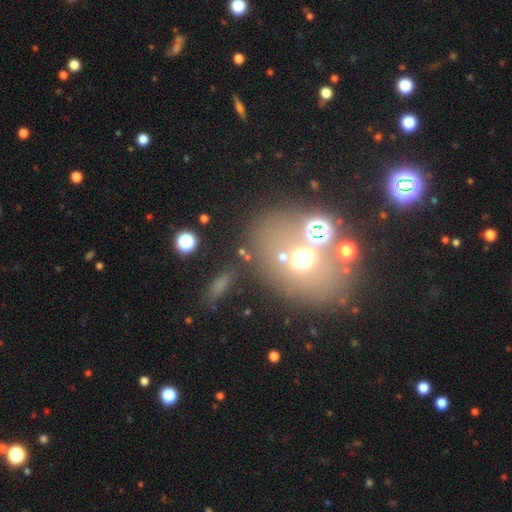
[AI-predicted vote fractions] smooth 37% (tied), star or artifact 37% (tied), featured or disk 26%. Down the decision tree: merging — none (52%).